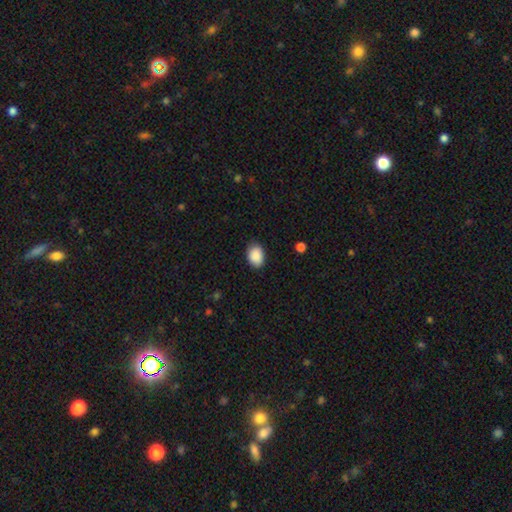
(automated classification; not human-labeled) Smooth or featured? Predicted: smooth (p=0.90). How rounded? Predicted: in between (p=0.79). Merging? Predicted: none (p=0.85).